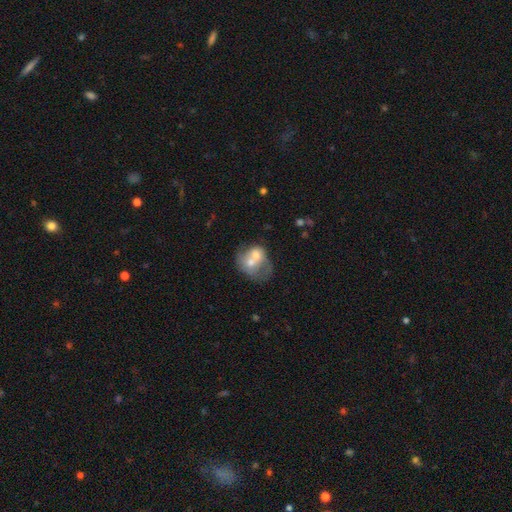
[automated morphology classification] Smooth or featured: smooth — 53% (featured or disk — 40%)
How rounded: round — 50% (in between — 49%)
Merging: merger — 74% (none — 12%)